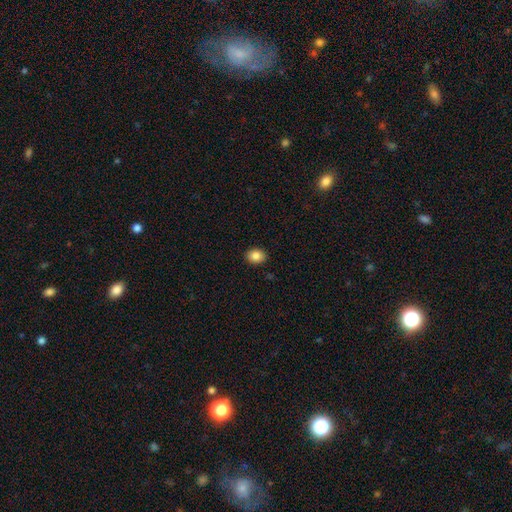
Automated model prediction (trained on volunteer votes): smooth_or_featured: smooth (p=0.85) [alt: star or artifact p=0.09]
how_rounded: in between (p=0.62) [alt: round p=0.37]
merging: none (p=0.90) [alt: minor disturbance p=0.07]